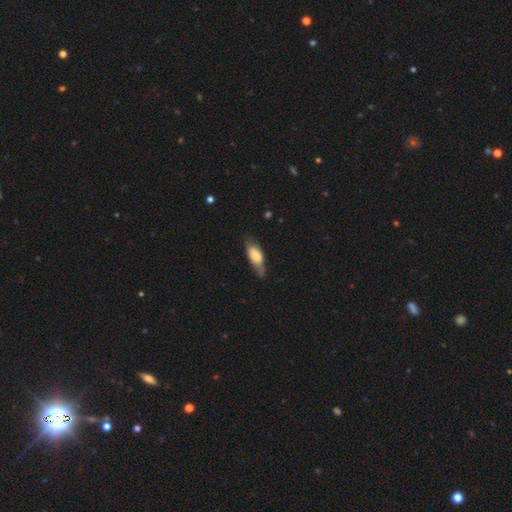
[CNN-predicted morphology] A smooth galaxy with no disk features (71%) that is in between round and cigar-shaped (74%).

Vote fractions:
- Smooth or featured? smooth: 71% / featured or disk: 23% / star or artifact: 6%
- How rounded? in between: 74% / cigar-shaped: 24% / round: 3%
- Merging? none: 59% / minor disturbance: 31% / major disturbance: 8% / merger: 2%